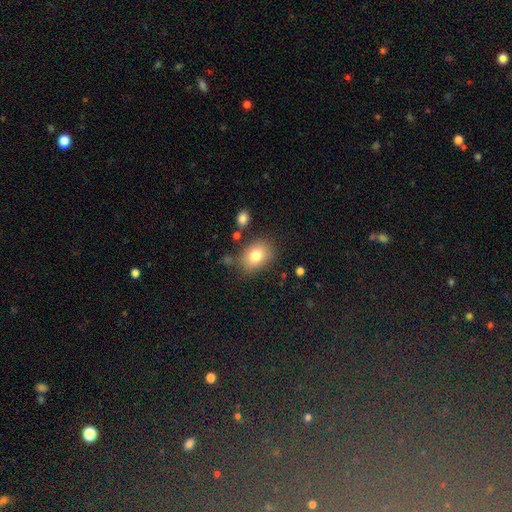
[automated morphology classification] type=smooth (80%); roundness=in between (70%); merging=none (76%).